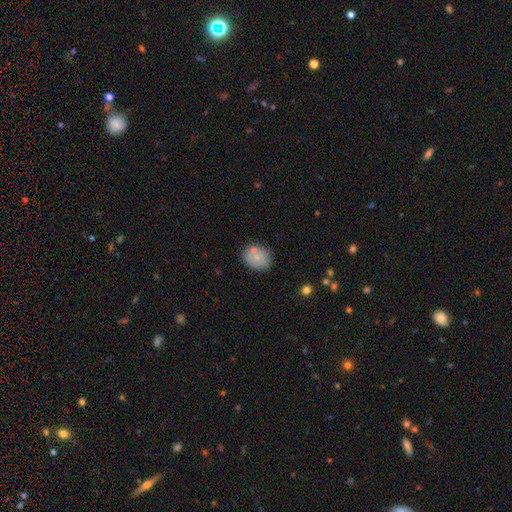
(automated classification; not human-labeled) The model was most divided on "how rounded": round: 59%, in between: 39%, cigar-shaped: 1%. More confident: merging — none (74%); smooth or featured — smooth (74%).